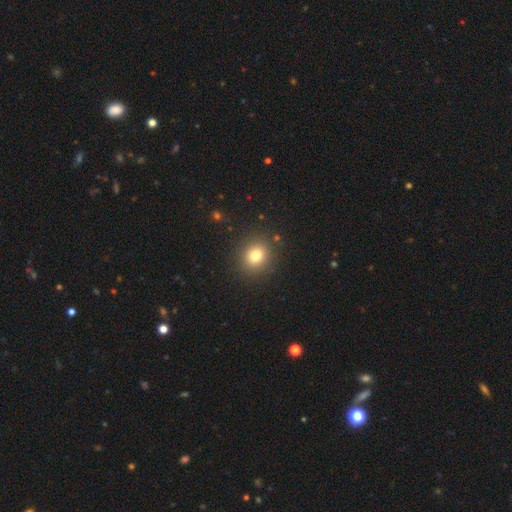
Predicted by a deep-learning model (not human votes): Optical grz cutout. It shows a smooth galaxy with no disk features (79%) that is round (81%). Merging: none (89%).